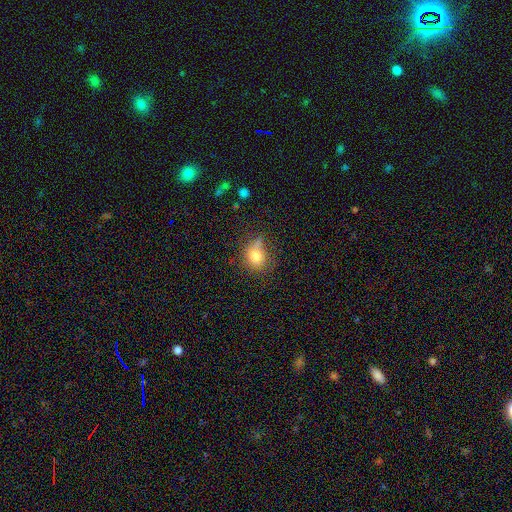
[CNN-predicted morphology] smooth-or-featured: smooth: 78% | star or artifact: 12% | featured or disk: 10%
  how-rounded: round: 68% | in between: 31% | cigar-shaped: 1%
  merging: none: 54% | minor disturbance: 27% | major disturbance: 10% | merger: 9%